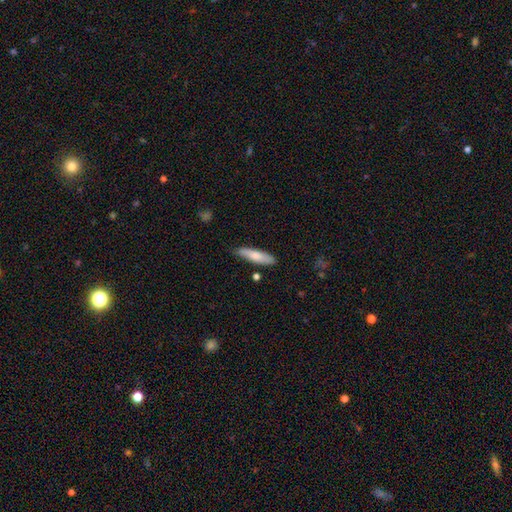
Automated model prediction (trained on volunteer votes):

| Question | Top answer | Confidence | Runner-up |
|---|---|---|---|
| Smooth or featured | smooth | 76% | featured or disk (18%) |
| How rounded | cigar-shaped | 67% | in between (32%) |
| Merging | none | 81% | minor disturbance (15%) |